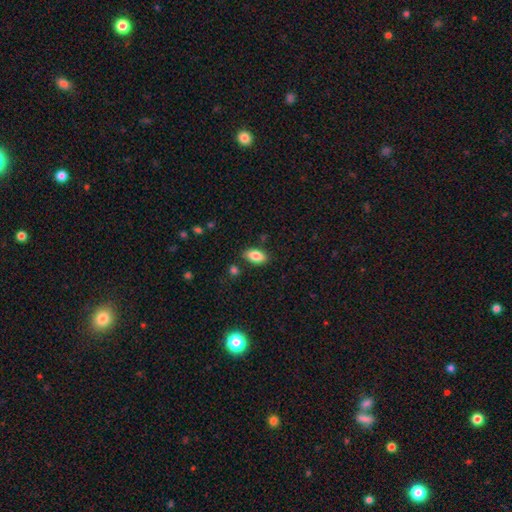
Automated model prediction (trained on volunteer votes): A smooth galaxy with no disk features (84%) that is in between round and cigar-shaped (93%). Merging: none (83%).